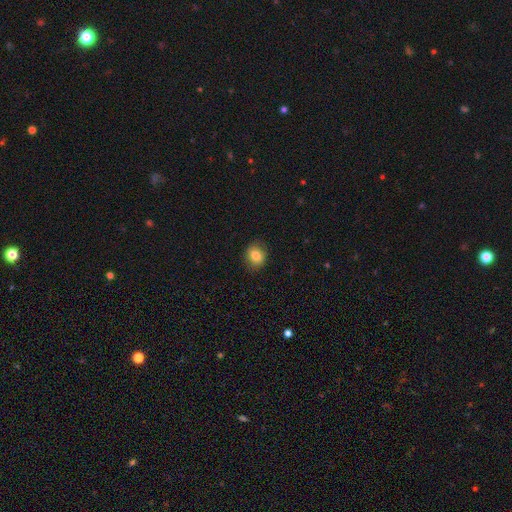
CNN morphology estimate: smooth-or-featured: smooth: 81% | star or artifact: 10% | featured or disk: 10%
  how-rounded: round: 65% | in between: 34% | cigar-shaped: 1%
  merging: none: 85% | minor disturbance: 11% | major disturbance: 3% | merger: 1%